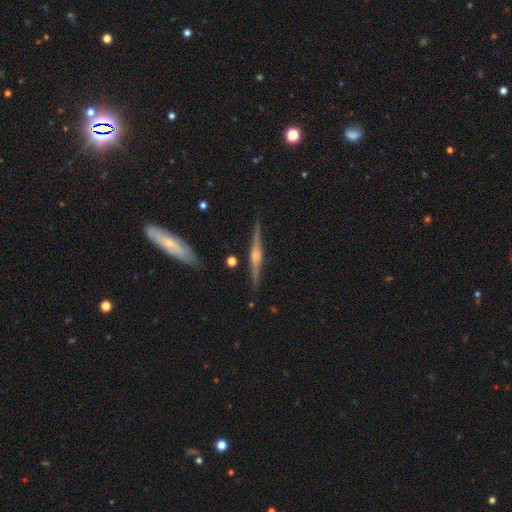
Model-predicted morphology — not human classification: The model was most divided on "smooth or featured": featured or disk: 82%, smooth: 13%, star or artifact: 6%. More confident: edge-on disk — yes (98%); merging — none (88%); edge-on bulge — rounded (81%).